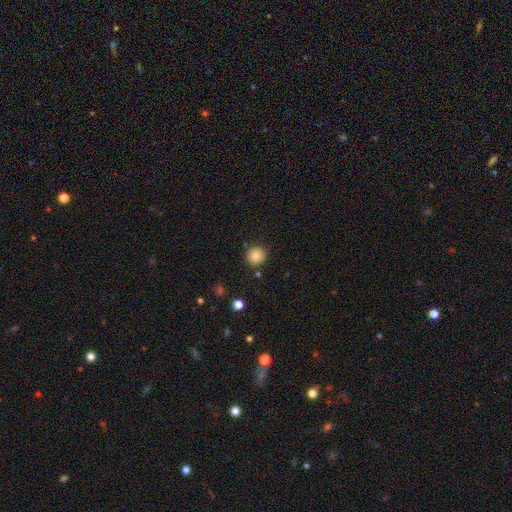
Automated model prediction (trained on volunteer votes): Smooth or featured: smooth — 82% (star or artifact — 11%)
How rounded: round — 94% (in between — 5%)
Merging: none — 88% (minor disturbance — 7%)